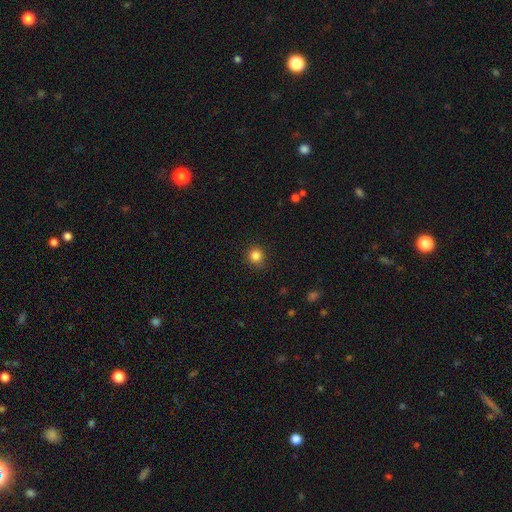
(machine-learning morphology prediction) type=smooth (84%); roundness=round (93%); merging=none (90%).